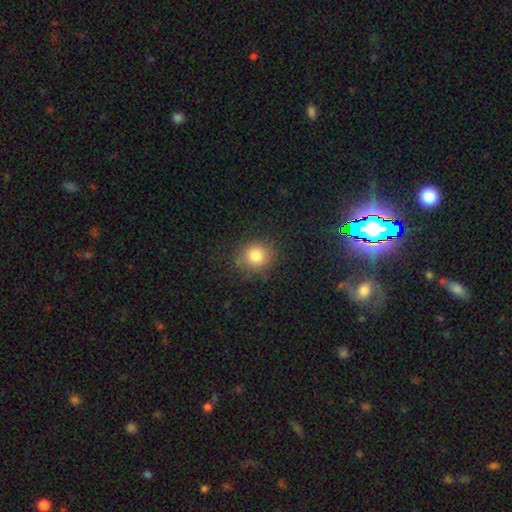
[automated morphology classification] The model was most divided on "how rounded": round: 81%, in between: 18%, cigar-shaped: 1%. More confident: smooth or featured — smooth (81%); merging — none (80%).